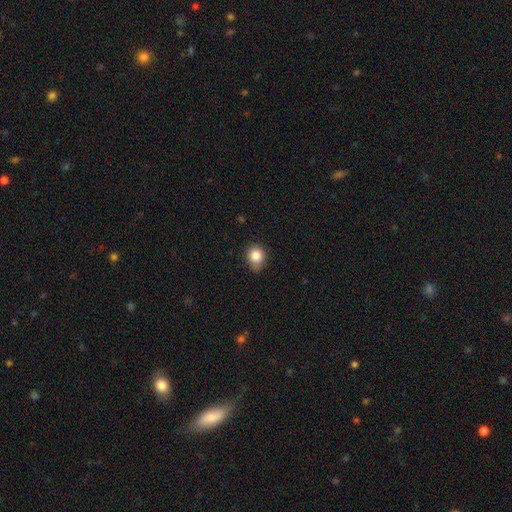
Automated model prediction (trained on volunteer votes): Q: Smooth or featured?
A: smooth (85%); runner-up: star or artifact (10%)
Q: How rounded?
A: round (78%); runner-up: in between (21%)
Q: Merging?
A: none (69%); runner-up: minor disturbance (25%)